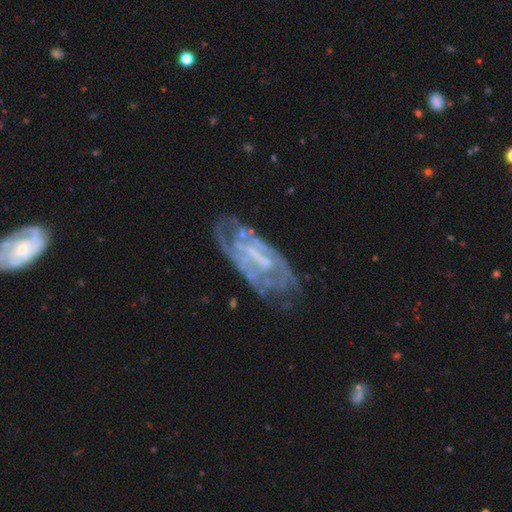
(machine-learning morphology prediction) The model was most divided on "bar": weak: 40%, no: 32%, strong: 28%. Remaining: edge-on disk — no (92%); smooth or featured — featured or disk (79%); spiral arms — yes (68%); merging — none (57%); bulge size — none (45%).